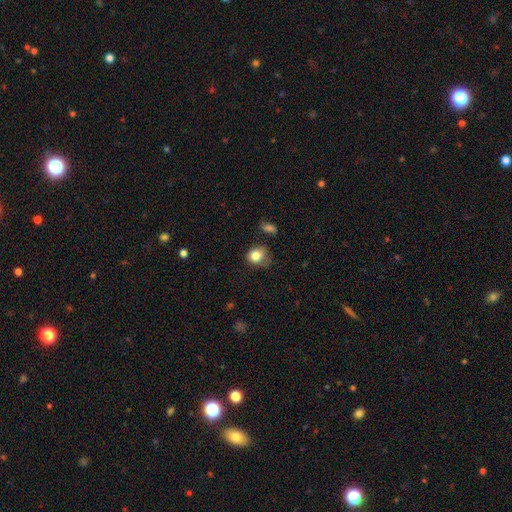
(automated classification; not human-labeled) smooth 83%, star or artifact 9%, featured or disk 8%. Down the decision tree: how rounded — round (64%); merging — none (46%).